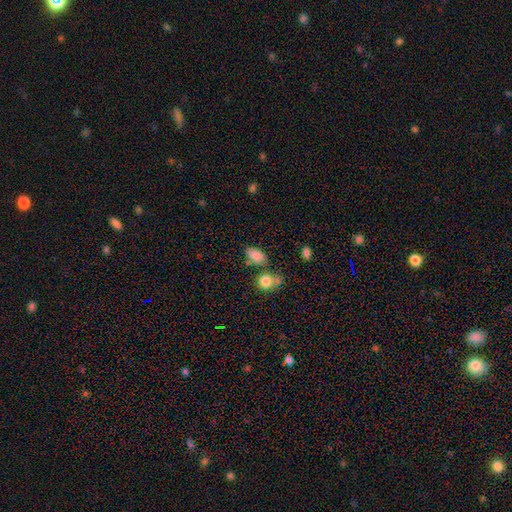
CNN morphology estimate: Smooth or featured? Predicted: smooth (p=0.83). How rounded? Predicted: in between (p=0.88). Merging? Predicted: none (p=0.59).